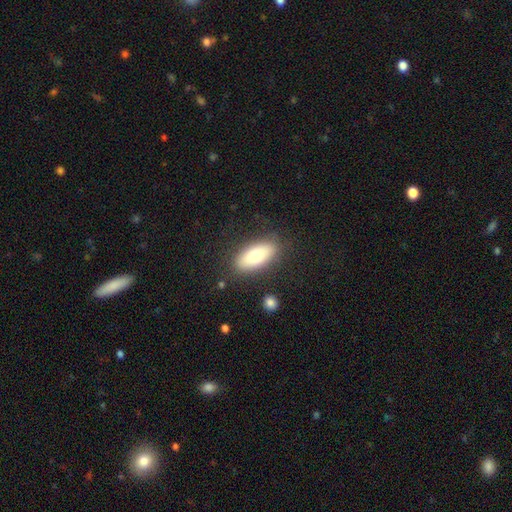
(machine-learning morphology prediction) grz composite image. It shows a smooth galaxy with no disk features (74%) that is in between round and cigar-shaped (82%). Merging: none (83%).